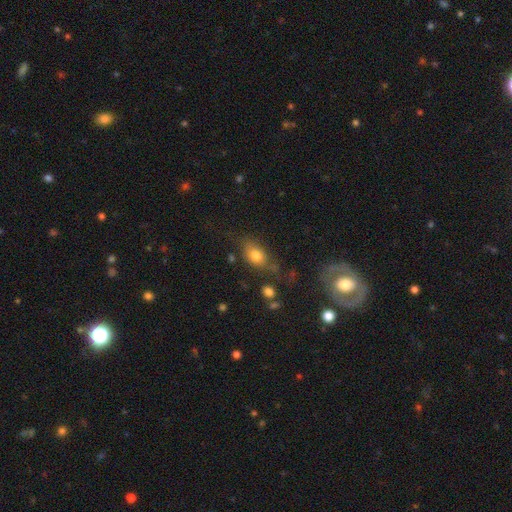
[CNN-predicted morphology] smooth-or-featured: smooth: 76% | featured or disk: 14% | star or artifact: 10%
  how-rounded: in between: 74% | round: 21% | cigar-shaped: 5%
  merging: none: 58% | minor disturbance: 24% | major disturbance: 12% | merger: 6%